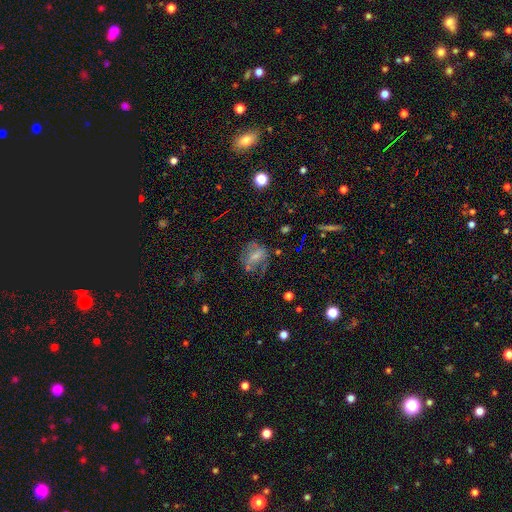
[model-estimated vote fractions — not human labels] Smooth or featured: smooth — 48% (featured or disk — 38%)
Merging: none — 44% (major disturbance — 26%)